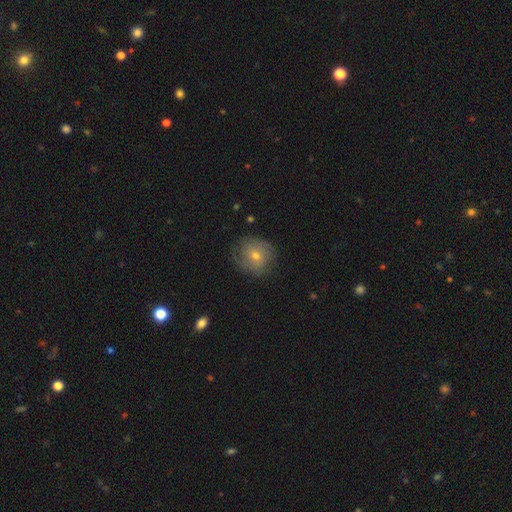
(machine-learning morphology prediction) This is possibly a featured or disk galaxy (48%). Merging: likely none (77%).